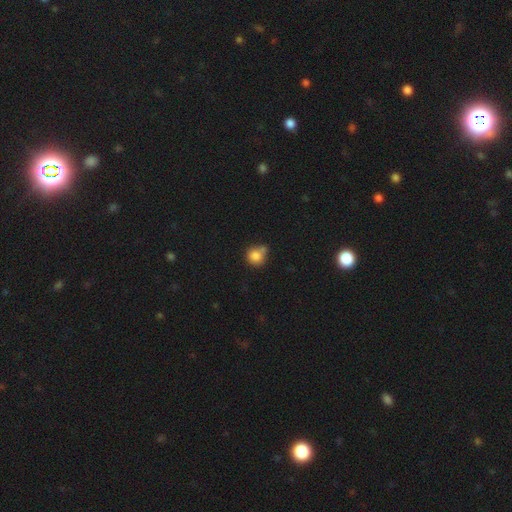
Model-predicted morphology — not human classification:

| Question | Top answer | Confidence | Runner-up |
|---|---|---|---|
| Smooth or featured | smooth | 83% | star or artifact (10%) |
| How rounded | round | 87% | in between (12%) |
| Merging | none | 53% | merger (23%) |